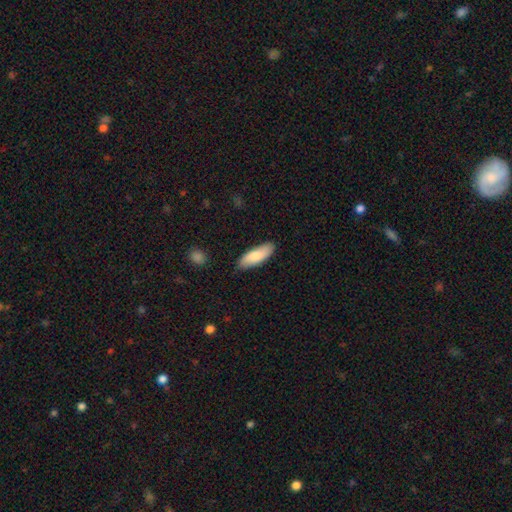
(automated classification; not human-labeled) This is clearly a smooth galaxy (82%). How rounded: likely in between (64%). Merging: clearly none (83%).